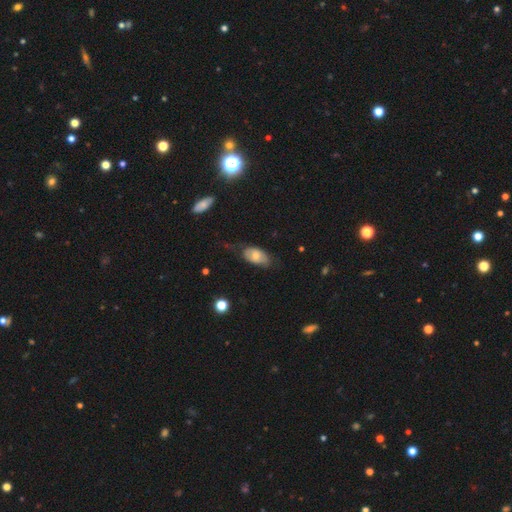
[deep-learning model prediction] smooth_or_featured: smooth (p=0.62) [alt: featured or disk p=0.31]
how_rounded: in between (p=0.92) [alt: round p=0.05]
merging: none (p=0.51) [alt: minor disturbance p=0.32]